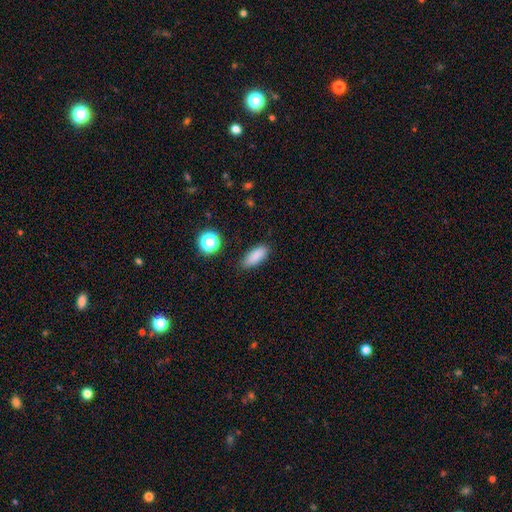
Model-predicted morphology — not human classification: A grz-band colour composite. It shows a smooth galaxy with no disk features (86%) that is in between round and cigar-shaped (75%). Merging: none (85%).